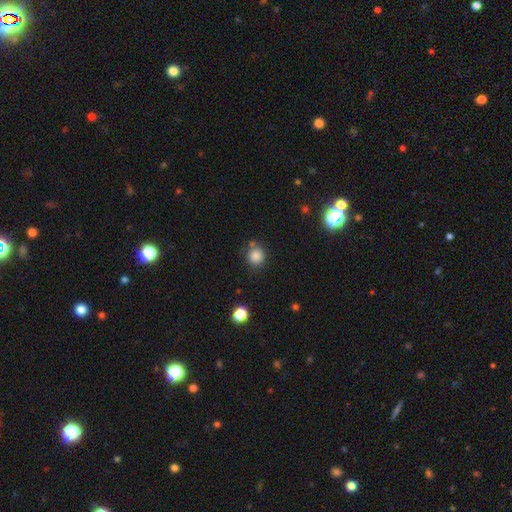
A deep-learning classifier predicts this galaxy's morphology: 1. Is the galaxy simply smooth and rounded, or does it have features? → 85% smooth, 11% star or artifact, 4% featured or disk.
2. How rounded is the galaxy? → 89% round, 10% in between, 1% cigar-shaped.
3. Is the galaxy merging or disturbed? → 77% none, 12% minor disturbance, 8% merger, 4% major disturbance.